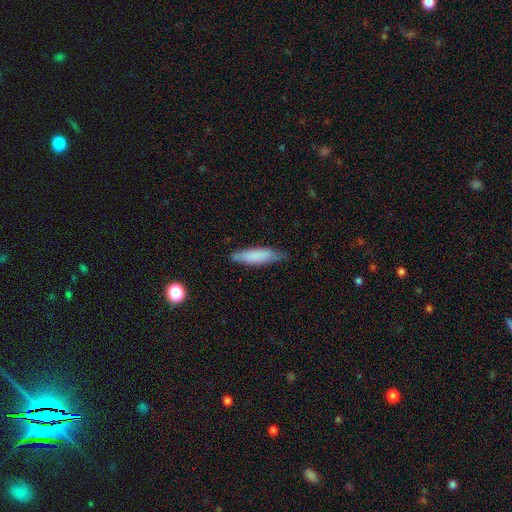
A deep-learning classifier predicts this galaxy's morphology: smooth 77%, featured or disk 16%, star or artifact 6%. Down the decision tree: how rounded — cigar-shaped (63%); merging — none (69%).